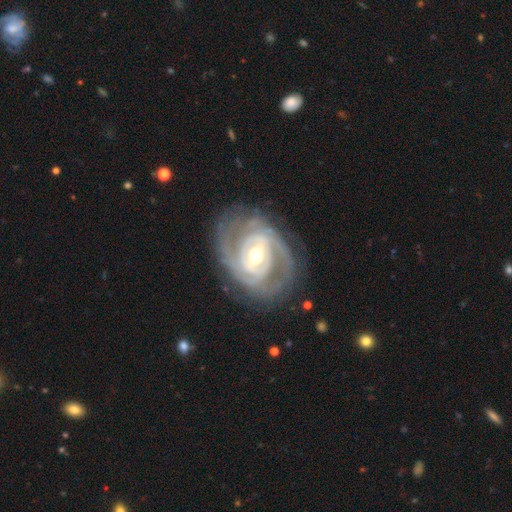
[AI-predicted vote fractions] This appears to be a featured or disk galaxy (90%) with a strong bar (42%), 2 (43%) tight (65%) spiral arms (94%) and a moderate central bulge (66%). Merging: none (75%).